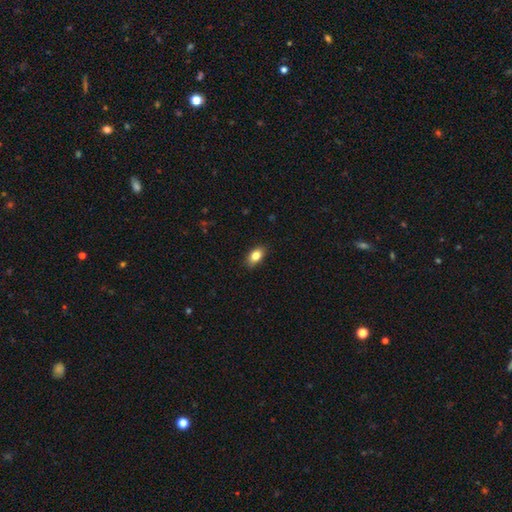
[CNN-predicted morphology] Overall: smooth (82%). How rounded: in between (86%). Merging: none (86%).